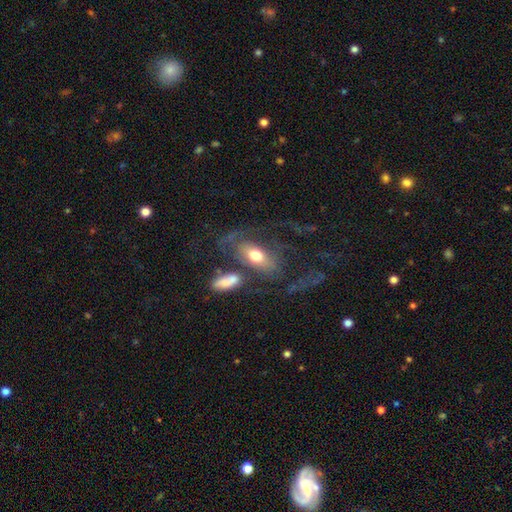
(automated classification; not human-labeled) This is possibly a featured or disk galaxy (48%). Merging: marginally none (37%).